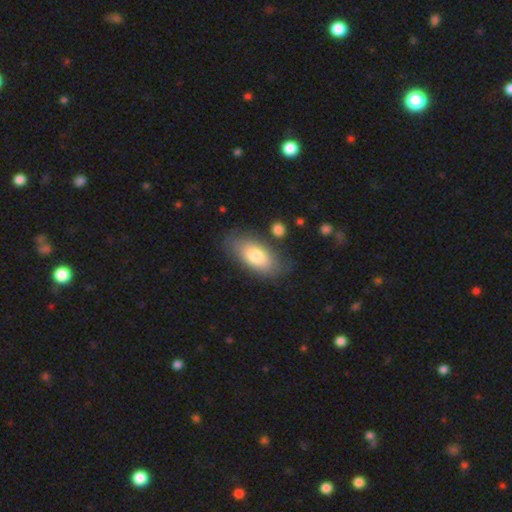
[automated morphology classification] Overall: smooth (75%). How rounded: in between (91%). Merging: none (75%).